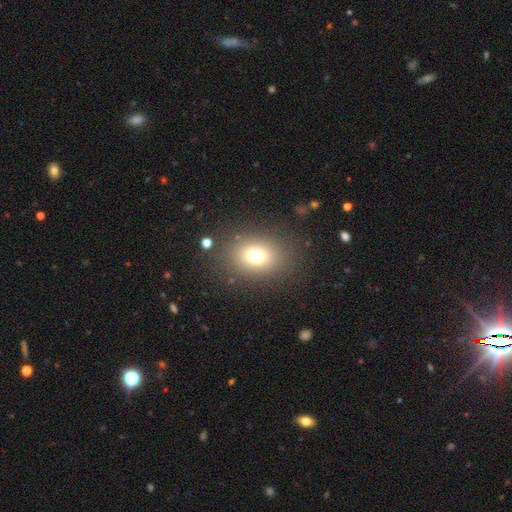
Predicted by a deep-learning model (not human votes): Smooth or featured? smooth (73%)
How rounded? in between (50%)
Merging? none (84%)